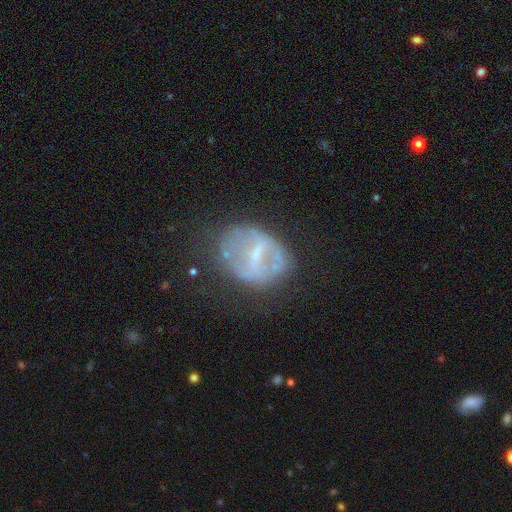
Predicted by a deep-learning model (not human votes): Morphology: type=featured or disk (65%); edge-on=no (95%); bar=strong (40%); spiral arms=no (73%); bulge=small (51%); merging=none (55%).